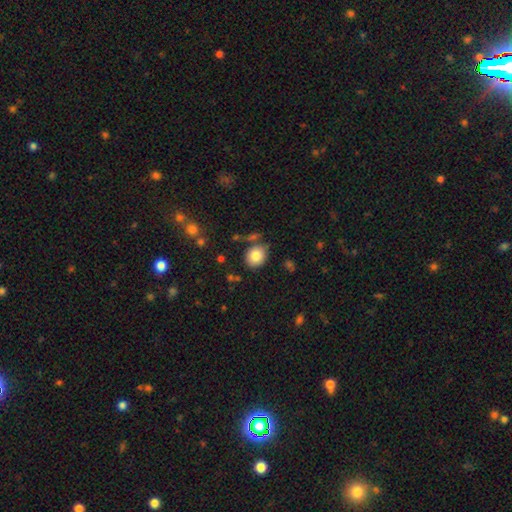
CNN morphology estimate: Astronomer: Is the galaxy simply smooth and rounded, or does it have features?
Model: smooth — 82%.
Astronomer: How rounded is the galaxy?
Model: round — 64%.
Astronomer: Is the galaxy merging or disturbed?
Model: none — 75%.